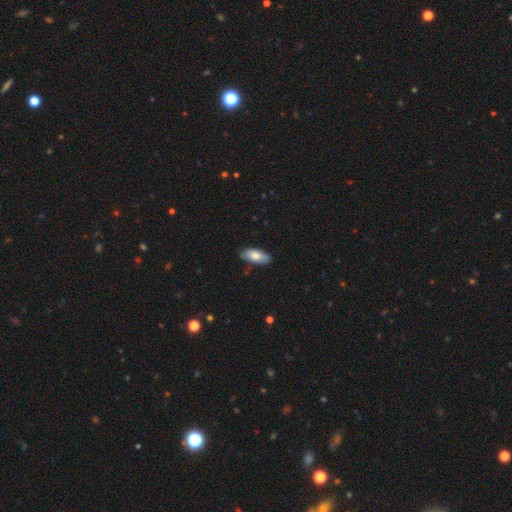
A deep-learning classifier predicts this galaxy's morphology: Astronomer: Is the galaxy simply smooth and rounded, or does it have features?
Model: smooth — 76%.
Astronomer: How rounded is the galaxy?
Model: in between — 86%.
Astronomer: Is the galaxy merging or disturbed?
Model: none — 84%.